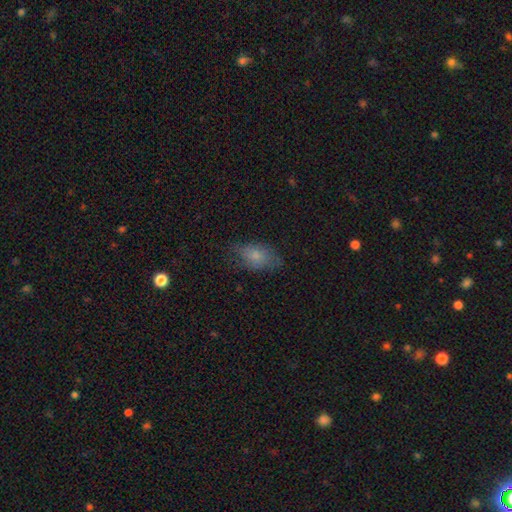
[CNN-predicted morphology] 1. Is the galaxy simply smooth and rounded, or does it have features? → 73% smooth, 17% featured or disk, 10% star or artifact.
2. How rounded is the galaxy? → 88% in between, 9% round, 3% cigar-shaped.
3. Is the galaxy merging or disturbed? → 63% none, 26% minor disturbance, 10% major disturbance, 1% merger.